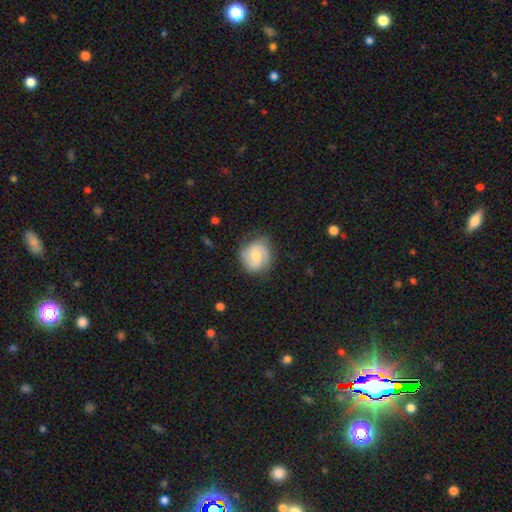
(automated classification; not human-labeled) Overall: featured or disk (60%; smooth 33%). Edge-on disk: no (98%). Bar: no (50%; weak 43%). Spiral arms: yes (90%). Spiral arm count: 2 (68%). Spiral winding: medium (44%; tight 39%). Bulge size: moderate (52%; small 40%). Merging: none (73%).